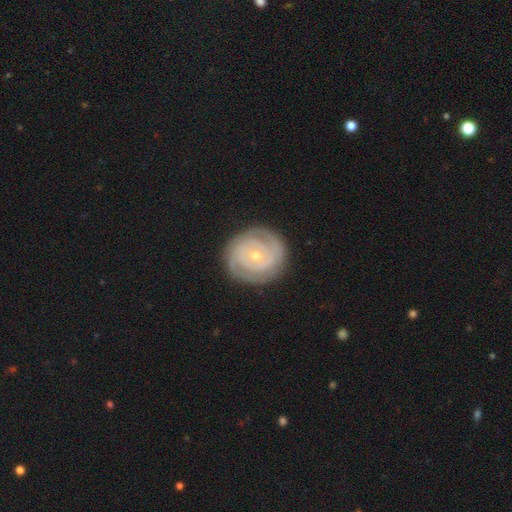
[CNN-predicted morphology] Q: Smooth or featured?
A: featured or disk (86%); runner-up: smooth (9%)
Q: Edge-on disk?
A: no (98%); runner-up: yes (2%)
Q: Bar?
A: no (65%); runner-up: weak (27%)
Q: Spiral arms?
A: yes (96%); runner-up: no (4%)
Q: Spiral winding?
A: tight (82%); runner-up: medium (15%)
Q: Spiral arm count?
A: 2 (59%); runner-up: can't tell (16%)
Q: Bulge size?
A: small (66%); runner-up: moderate (31%)
Q: Merging?
A: none (85%); runner-up: minor disturbance (11%)